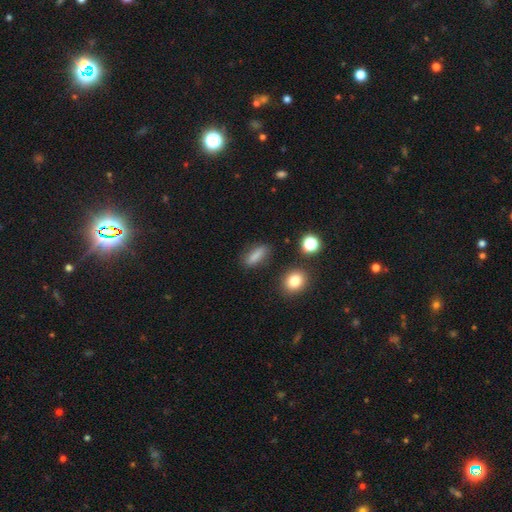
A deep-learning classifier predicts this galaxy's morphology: Smooth or featured?
  - smooth: 80% *
  - star or artifact: 11%
  - featured or disk: 9%
How rounded?
  - in between: 50% *
  - cigar-shaped: 44%
  - round: 7%
Merging?
  - none: 82% *
  - minor disturbance: 11%
  - major disturbance: 4%
  - merger: 3%